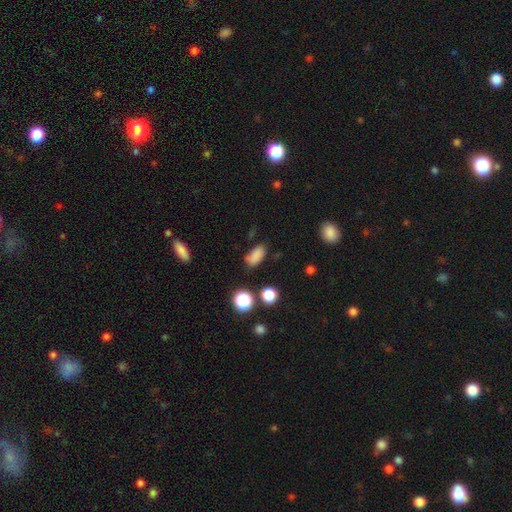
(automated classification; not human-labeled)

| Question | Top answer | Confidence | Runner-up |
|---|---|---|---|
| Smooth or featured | smooth | 81% | star or artifact (13%) |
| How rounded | in between | 86% | round (9%) |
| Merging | none | 71% | minor disturbance (19%) |